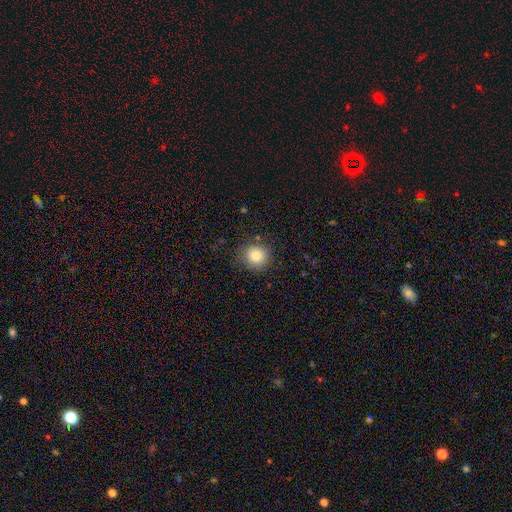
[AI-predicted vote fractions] Smooth or featured: smooth — 83% (star or artifact — 10%)
How rounded: round — 90% (in between — 9%)
Merging: none — 84% (minor disturbance — 11%)